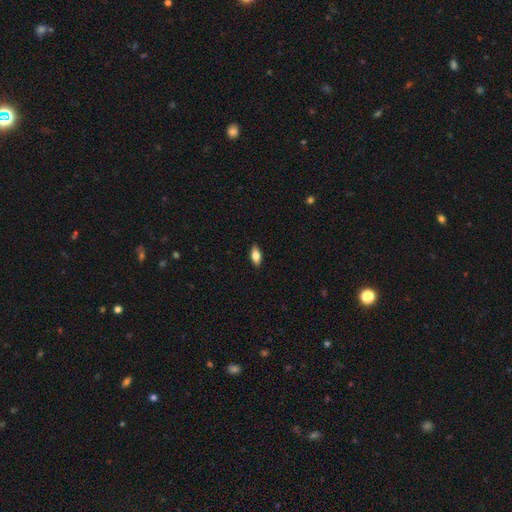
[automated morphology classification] A smooth galaxy with no disk features (71%) that is in between round and cigar-shaped (82%). Merging: none (88%).